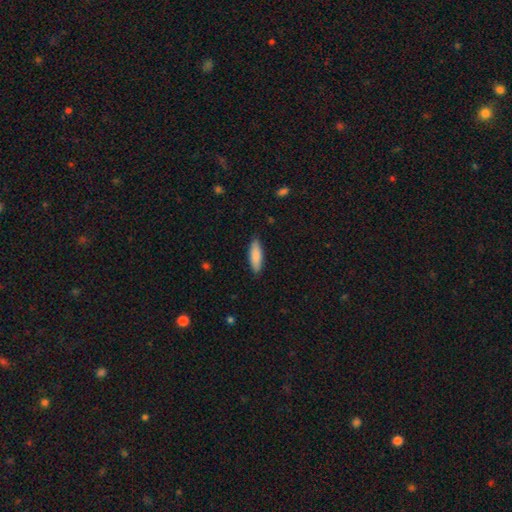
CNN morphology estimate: The model was most divided on "how rounded": cigar-shaped: 53%, in between: 46%, round: 1%. More confident: merging — none (88%); smooth or featured — smooth (86%).